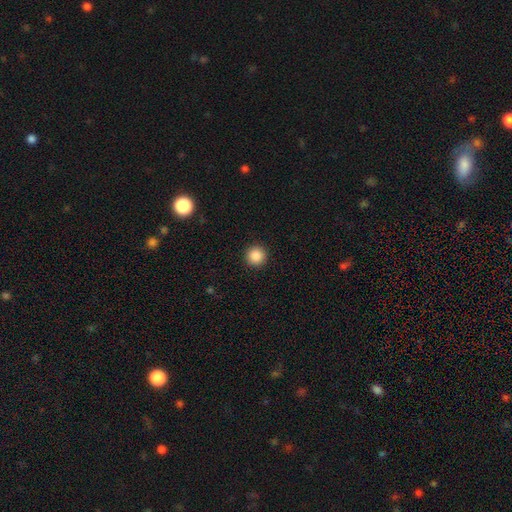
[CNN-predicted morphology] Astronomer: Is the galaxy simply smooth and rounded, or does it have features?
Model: smooth — 87%.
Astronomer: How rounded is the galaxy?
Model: round — 96%.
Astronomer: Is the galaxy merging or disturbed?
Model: none — 93%.